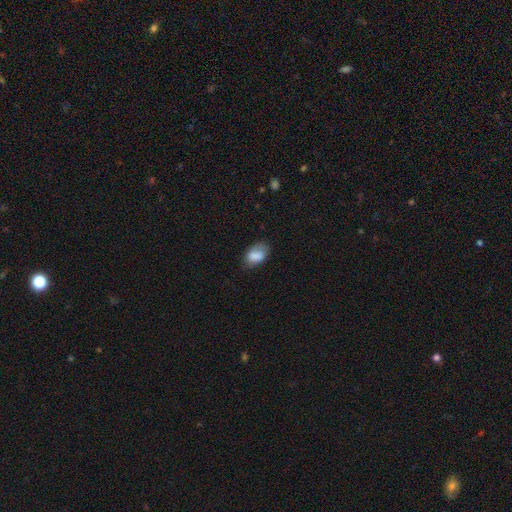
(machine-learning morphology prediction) Q: Smooth or featured?
A: smooth (81%); runner-up: featured or disk (11%)
Q: How rounded?
A: in between (88%); runner-up: round (10%)
Q: Merging?
A: none (60%); runner-up: minor disturbance (29%)